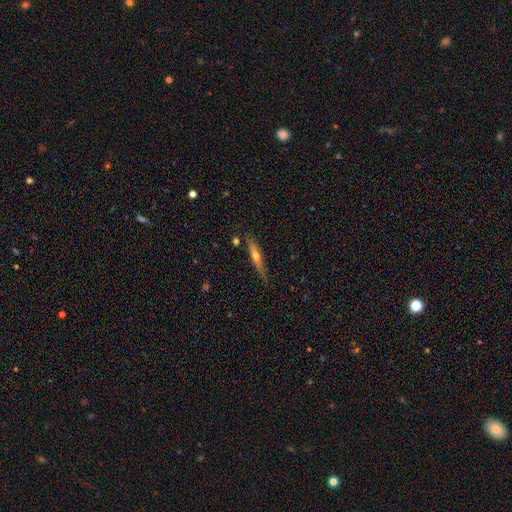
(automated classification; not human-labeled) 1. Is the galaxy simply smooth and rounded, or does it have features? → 62% featured or disk, 32% smooth, 7% star or artifact.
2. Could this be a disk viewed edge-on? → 94% yes, 6% no.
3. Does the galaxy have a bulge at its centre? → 86% rounded, 11% none, 3% boxy.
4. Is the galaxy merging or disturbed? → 83% none, 12% minor disturbance, 2% major disturbance, 2% merger.